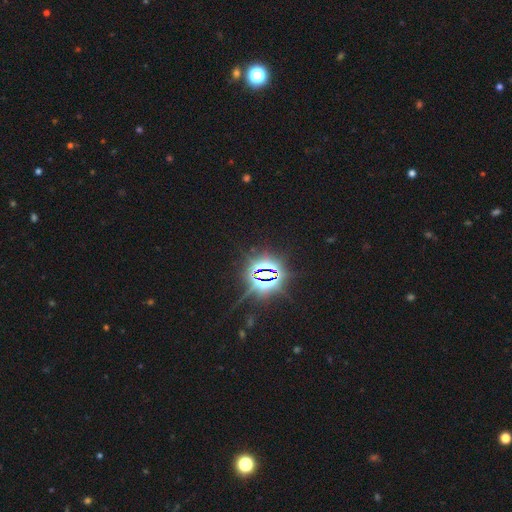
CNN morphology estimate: This appears to be a star or artifact, not a galaxy (84%).